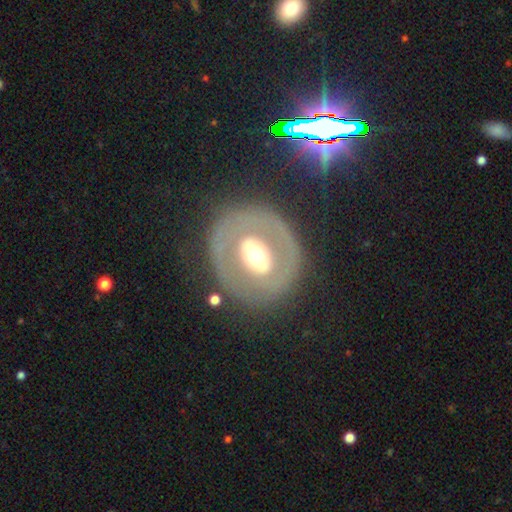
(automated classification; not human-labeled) smooth_or_featured: featured or disk (p=0.59) [alt: smooth p=0.33]
disk_edge_on: no (p=0.93) [alt: yes p=0.07]
bar: no (p=0.50) [alt: weak p=0.27]
has_spiral_arms: no (p=0.81) [alt: yes p=0.19]
bulge_size: moderate (p=0.59) [alt: large p=0.27]
merging: none (p=0.73) [alt: minor disturbance p=0.14]